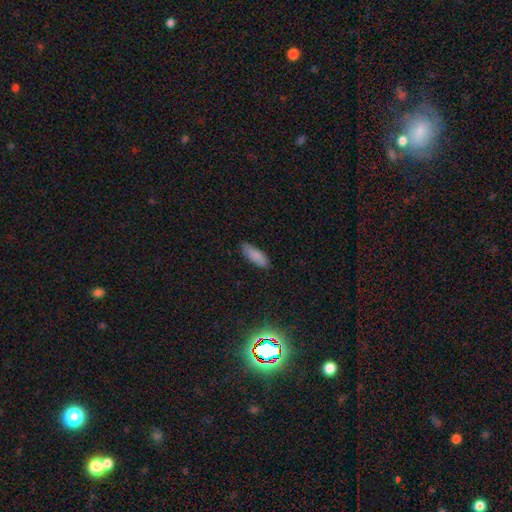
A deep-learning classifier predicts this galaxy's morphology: Overall: smooth (86%). How rounded: in between (70%). Merging: none (85%).